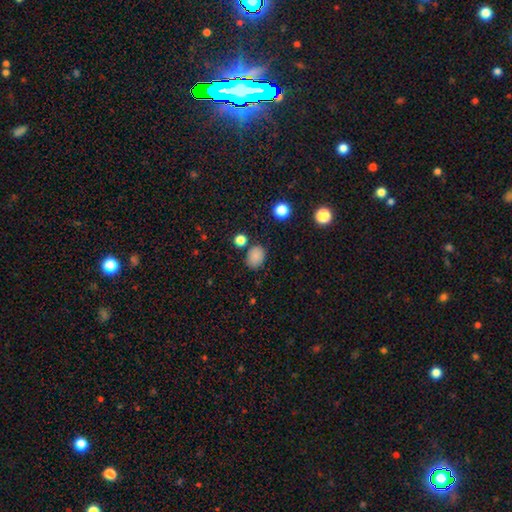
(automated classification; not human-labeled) A smooth galaxy with no disk features (83%) that is in between round and cigar-shaped (65%). Merging: none (78%).